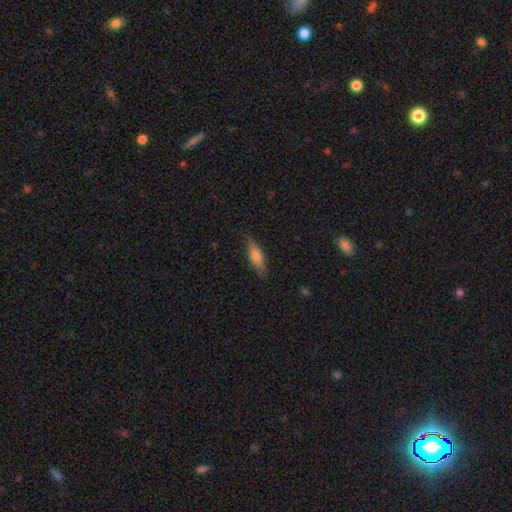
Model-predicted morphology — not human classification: smooth_or_featured: smooth (p=0.66) [alt: featured or disk p=0.27]
how_rounded: in between (p=0.51) [alt: cigar-shaped p=0.46]
merging: none (p=0.80) [alt: minor disturbance p=0.16]